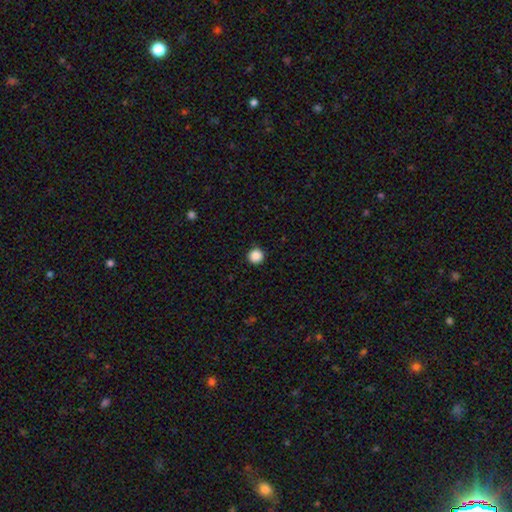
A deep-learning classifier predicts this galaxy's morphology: Overall: smooth (88%). How rounded: round (96%). Merging: none (93%).